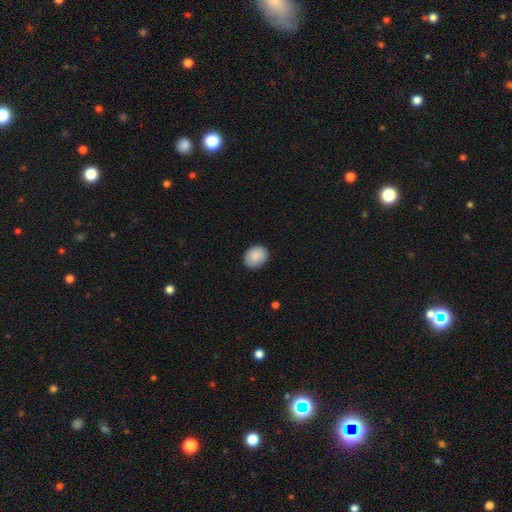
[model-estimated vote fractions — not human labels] The model was most divided on "how rounded": in between: 55%, round: 44%, cigar-shaped: 1%. More confident: smooth or featured — smooth (89%); merging — none (87%).